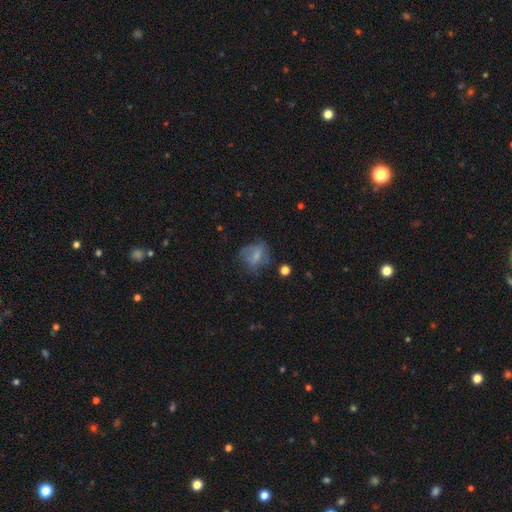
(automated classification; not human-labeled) A smooth galaxy with no disk features (54%) that is round (52%). Merging: none (47%).